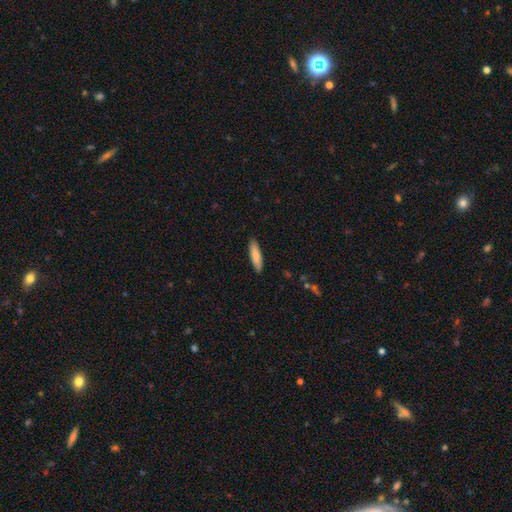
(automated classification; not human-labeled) A smooth galaxy with no disk features (83%) that is cigar-shaped (70%).

Vote fractions:
- Smooth or featured? smooth: 83% / featured or disk: 12% / star or artifact: 6%
- How rounded? cigar-shaped: 70% / in between: 28% / round: 1%
- Merging? none: 89% / minor disturbance: 8% / major disturbance: 2% / merger: 1%